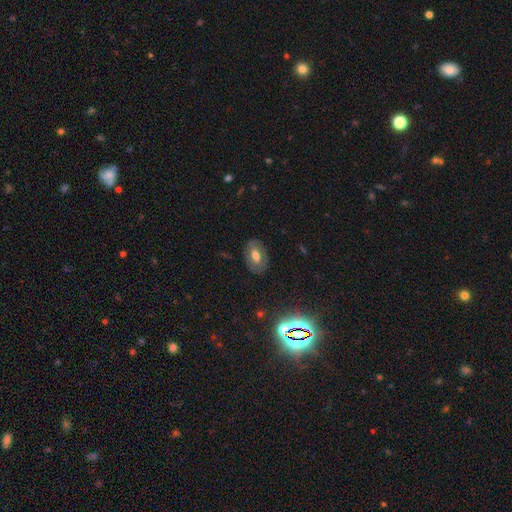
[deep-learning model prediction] A smooth galaxy with no disk features (47%).

Vote fractions:
- Smooth or featured? smooth: 47% / featured or disk: 43% / star or artifact: 10%
- Merging? none: 81% / minor disturbance: 13% / major disturbance: 5% / merger: 1%